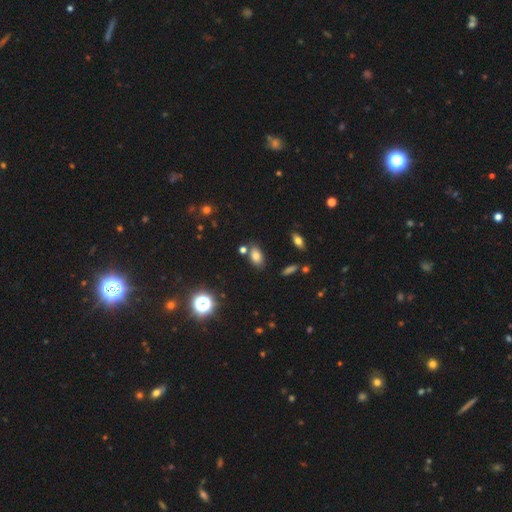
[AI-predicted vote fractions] Smooth or featured?
  - smooth: 78% *
  - star or artifact: 13%
  - featured or disk: 9%
How rounded?
  - in between: 88% *
  - round: 9%
  - cigar-shaped: 3%
Merging?
  - none: 74% *
  - minor disturbance: 12%
  - merger: 10%
  - major disturbance: 3%